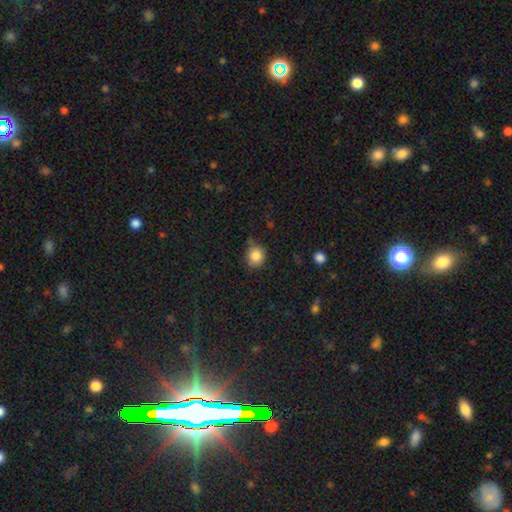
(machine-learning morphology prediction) This appears to be a smooth galaxy with no disk features (84%) that is round (78%). Merging: none (74%).